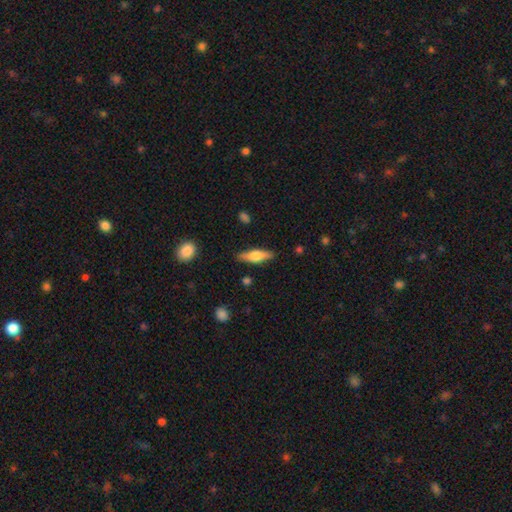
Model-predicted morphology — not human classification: This is possibly a smooth galaxy (50%). How rounded: possibly cigar-shaped (57%). Merging: clearly none (86%).